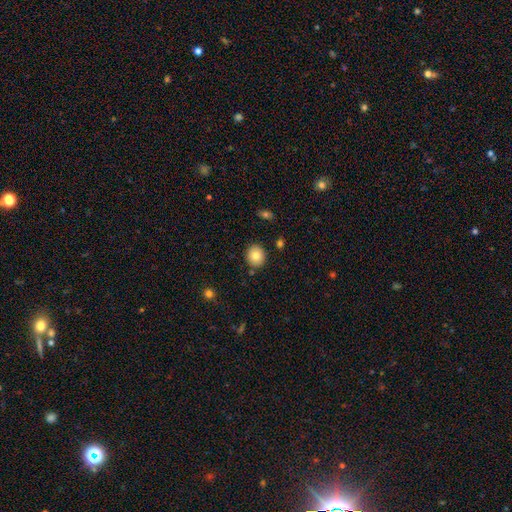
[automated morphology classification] A smooth galaxy with no disk features (82%) that is round (76%).

Vote fractions:
- Smooth or featured? smooth: 82% / star or artifact: 9% / featured or disk: 9%
- How rounded? round: 76% / in between: 23% / cigar-shaped: 1%
- Merging? none: 86% / minor disturbance: 9% / merger: 3% / major disturbance: 2%